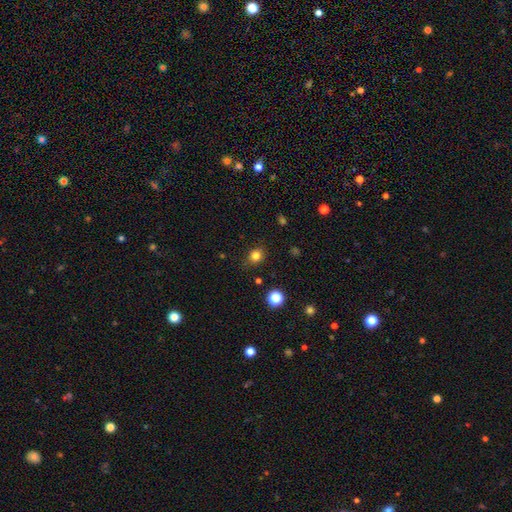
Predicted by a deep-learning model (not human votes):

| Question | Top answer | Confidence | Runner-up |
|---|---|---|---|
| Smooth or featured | smooth | 81% | star or artifact (14%) |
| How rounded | round | 75% | in between (24%) |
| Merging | none | 85% | minor disturbance (10%) |